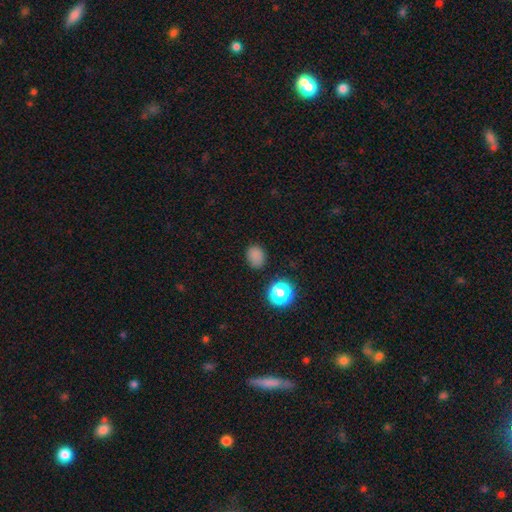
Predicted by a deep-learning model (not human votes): This appears to be a smooth galaxy with no disk features (77%) that is round (54%). Merging: none (80%).